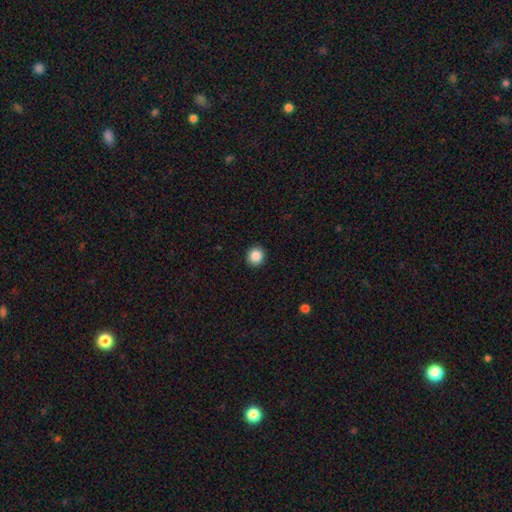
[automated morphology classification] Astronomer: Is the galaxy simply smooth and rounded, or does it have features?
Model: smooth — 87%.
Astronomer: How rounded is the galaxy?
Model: round — 87%.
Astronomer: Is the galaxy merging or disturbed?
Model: none — 92%.